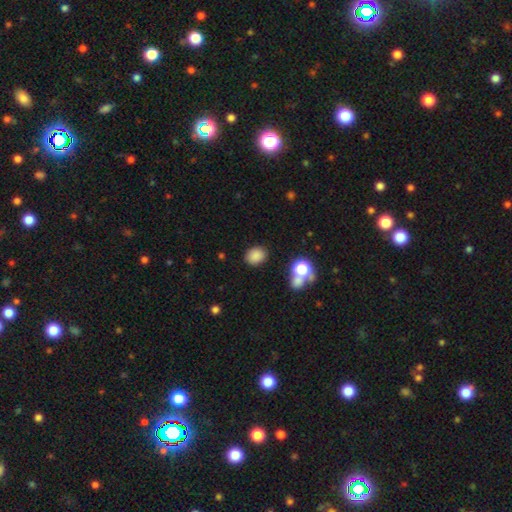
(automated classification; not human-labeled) A smooth galaxy with no disk features (82%) that is round (51%).

Vote fractions:
- Smooth or featured? smooth: 82% / star or artifact: 13% / featured or disk: 5%
- How rounded? round: 51% / in between: 48% / cigar-shaped: 1%
- Merging? none: 83% / minor disturbance: 10% / merger: 4% / major disturbance: 3%